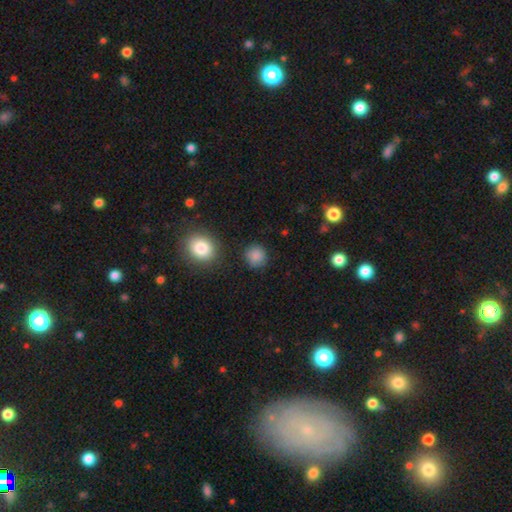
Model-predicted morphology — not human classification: Smooth or featured: smooth — 86% (star or artifact — 10%)
How rounded: round — 90% (in between — 9%)
Merging: none — 84% (minor disturbance — 10%)